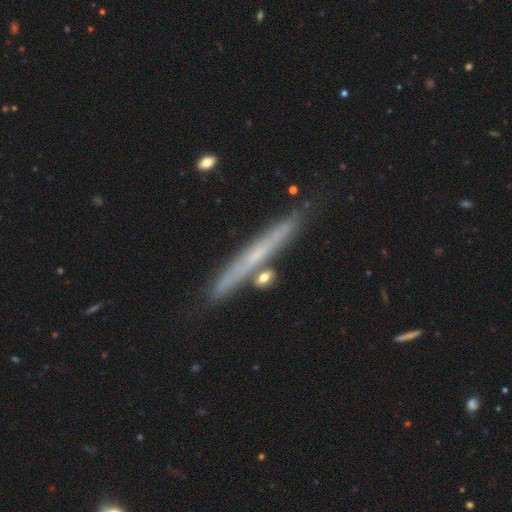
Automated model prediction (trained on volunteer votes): Smooth or featured? Predicted: featured or disk (p=0.57). Edge-on disk? Predicted: yes (p=0.93). Edge-on bulge? Predicted: none (p=0.73). Merging? Predicted: none (p=0.82).